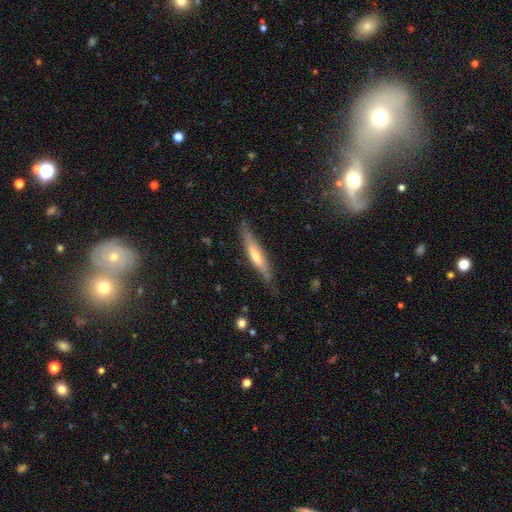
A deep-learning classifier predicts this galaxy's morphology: A featured or disk galaxy (50%) viewed edge-on (86%). Merging: none (77%).